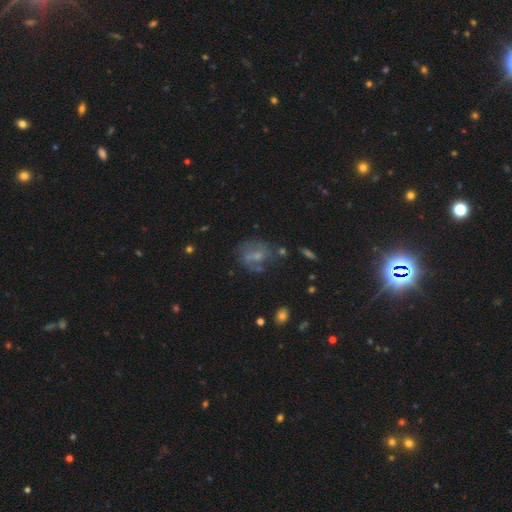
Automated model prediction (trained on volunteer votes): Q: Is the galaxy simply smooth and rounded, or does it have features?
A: featured or disk — 50%.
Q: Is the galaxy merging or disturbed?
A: none — 51%.